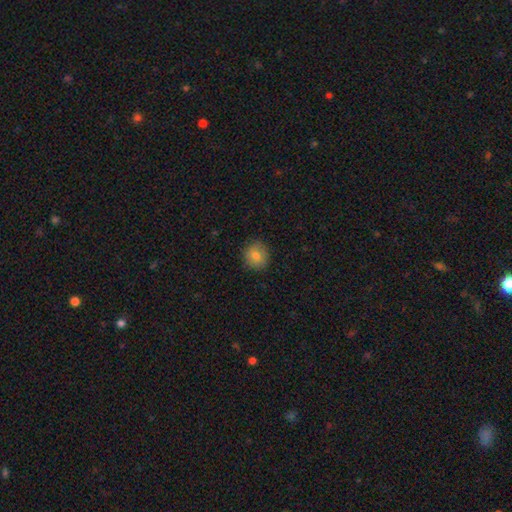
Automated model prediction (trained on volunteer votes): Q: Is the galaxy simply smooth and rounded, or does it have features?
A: smooth — 80%.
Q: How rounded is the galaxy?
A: round — 85%.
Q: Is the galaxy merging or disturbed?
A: none — 88%.